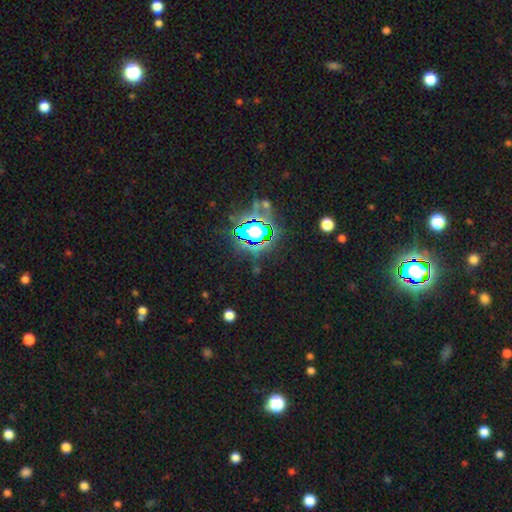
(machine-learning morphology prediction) This is clearly a star or artifact rather than a galaxy (82%).